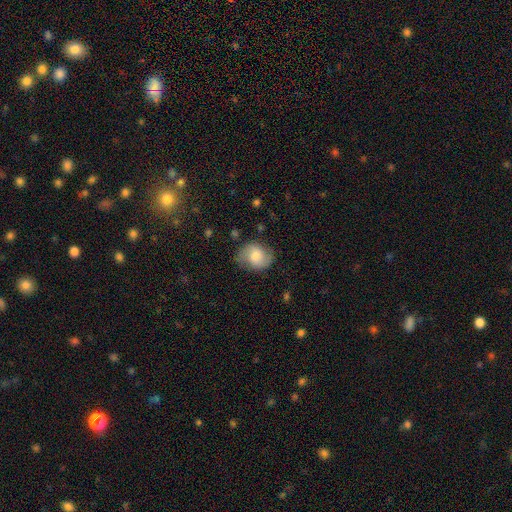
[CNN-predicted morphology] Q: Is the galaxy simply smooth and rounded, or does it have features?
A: smooth — 54%.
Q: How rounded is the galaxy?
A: round — 54%.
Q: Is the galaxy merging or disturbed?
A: none — 70%.